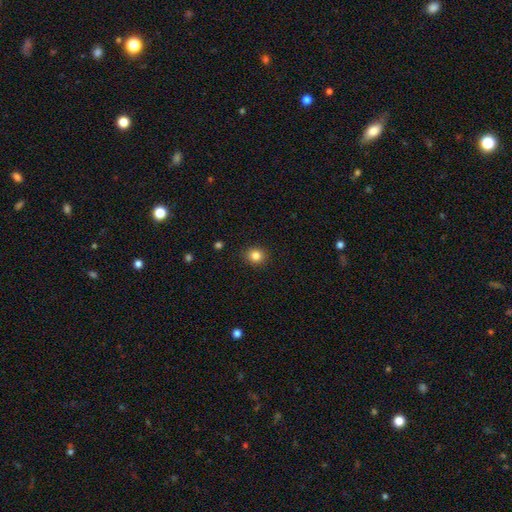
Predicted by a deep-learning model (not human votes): Smooth or featured?
  - smooth: 83% *
  - star or artifact: 11%
  - featured or disk: 5%
How rounded?
  - round: 81% *
  - in between: 19%
  - cigar-shaped: 1%
Merging?
  - none: 90% *
  - minor disturbance: 7%
  - major disturbance: 2%
  - merger: 1%